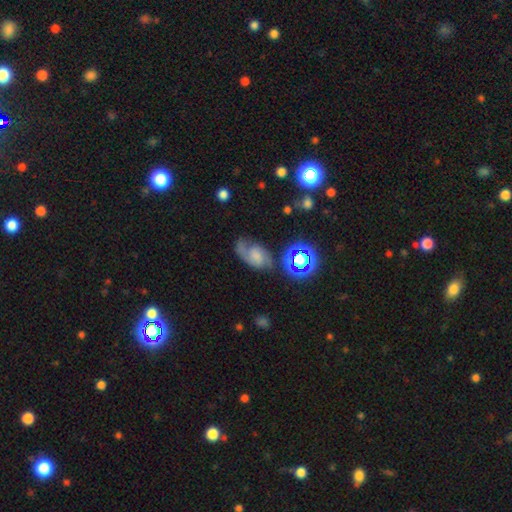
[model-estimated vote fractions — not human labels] smooth-or-featured: featured or disk: 59% | smooth: 26% | star or artifact: 15%
  disk-edge-on: no: 96% | yes: 4%
    bar: no: 57% | weak: 35% | strong: 8%
    has-spiral-arms: yes: 91% | no: 9%
      spiral-winding: medium: 48% | loose: 30% | tight: 22%
      spiral-arm-count: 2: 72% | 1: 15% | can't tell: 8% | 3: 2% | 4: 1% | more than 4: 1%
    bulge-size: none: 30% | small: 27% | moderate: 26% | large: 14% | dominant: 4%
  merging: none: 53% | minor disturbance: 25% | major disturbance: 16% | merger: 6%